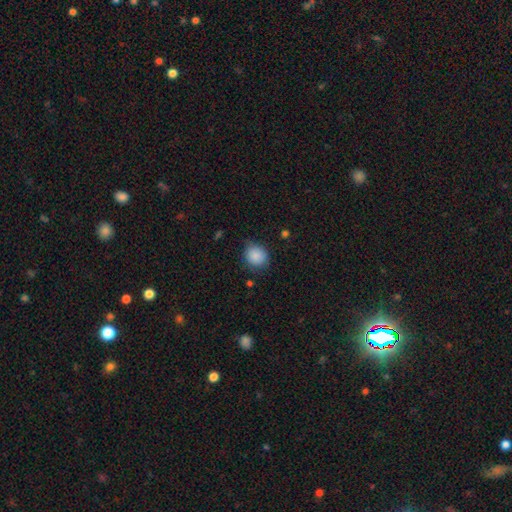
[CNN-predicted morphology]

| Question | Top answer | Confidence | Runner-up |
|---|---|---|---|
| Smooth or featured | smooth | 87% | star or artifact (8%) |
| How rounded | round | 77% | in between (22%) |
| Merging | none | 74% | minor disturbance (20%) |